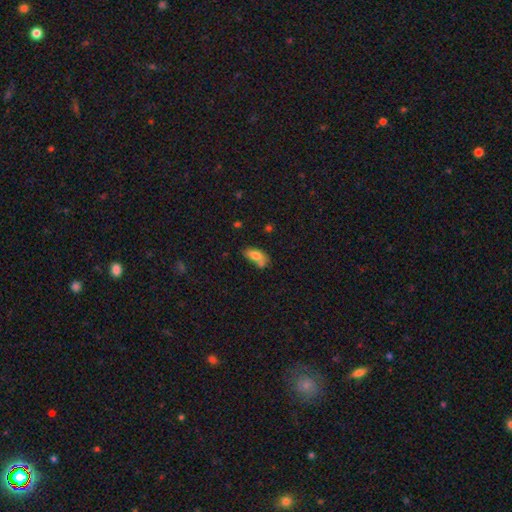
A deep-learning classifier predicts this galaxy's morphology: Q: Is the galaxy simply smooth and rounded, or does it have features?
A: smooth — 74%.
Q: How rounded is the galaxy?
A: in between — 86%.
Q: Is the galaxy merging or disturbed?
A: none — 37%.